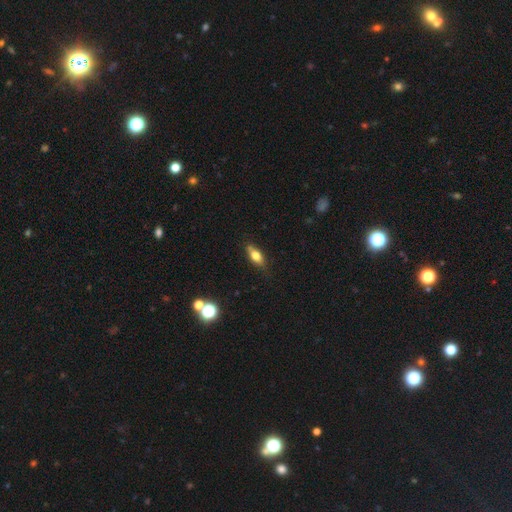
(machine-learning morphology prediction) A smooth galaxy with no disk features (67%) that is in between round and cigar-shaped (75%). Merging: none (78%).